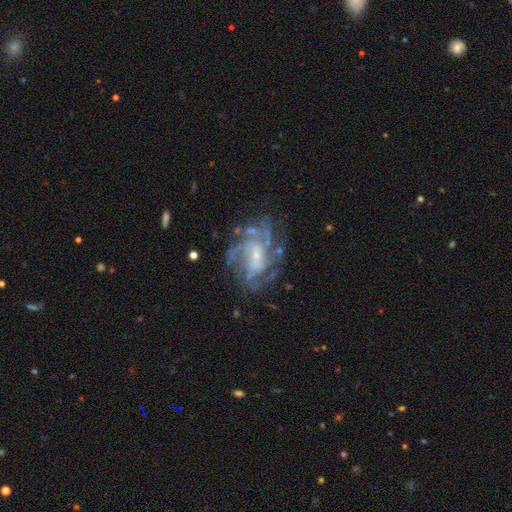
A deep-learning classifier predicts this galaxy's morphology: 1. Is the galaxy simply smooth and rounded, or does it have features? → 84% featured or disk, 8% smooth, 8% star or artifact.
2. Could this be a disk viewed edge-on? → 97% no, 3% yes.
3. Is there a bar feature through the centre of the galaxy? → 54% no, 37% weak, 9% strong.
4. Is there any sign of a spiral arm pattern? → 88% yes, 12% no.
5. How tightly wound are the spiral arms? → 44% tight, 42% medium, 14% loose.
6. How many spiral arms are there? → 33% can't tell, 22% 4, 17% 3, 11% 2, 11% more than 4, 6% 1.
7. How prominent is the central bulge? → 59% small, 26% moderate, 11% none, 3% large, 1% dominant.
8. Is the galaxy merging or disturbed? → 64% none, 17% minor disturbance, 15% major disturbance, 3% merger.